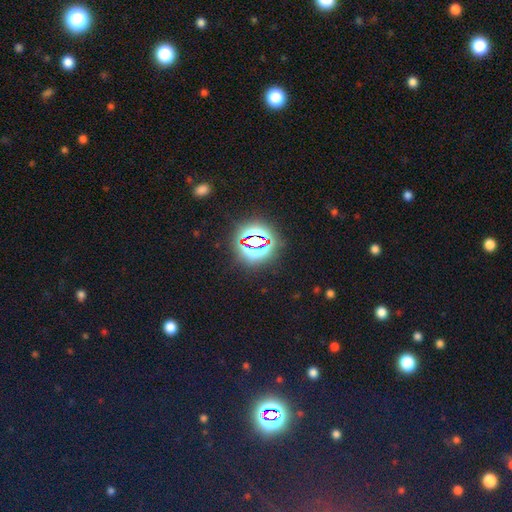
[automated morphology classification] Smooth or featured? star or artifact (80%)